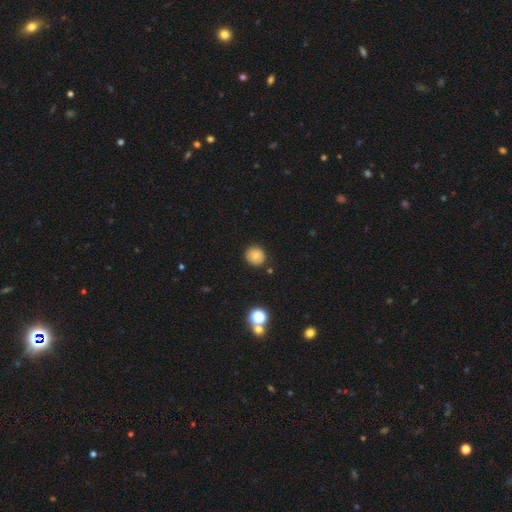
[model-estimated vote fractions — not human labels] This appears to be a smooth galaxy with no disk features (77%) that is round (91%). Merging: none (88%).